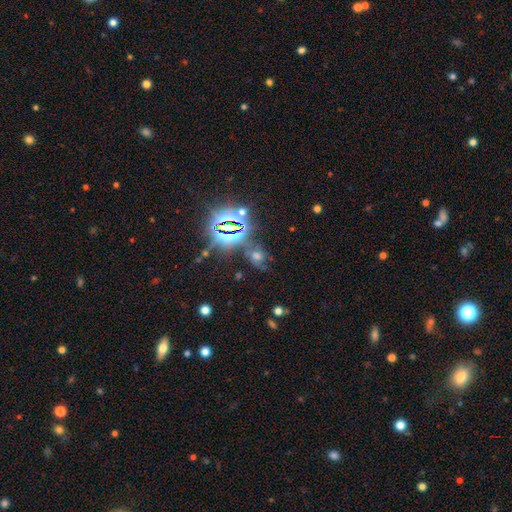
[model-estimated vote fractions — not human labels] Smooth or featured?
  - star or artifact: 49% *
  - smooth: 38%
  - featured or disk: 13%